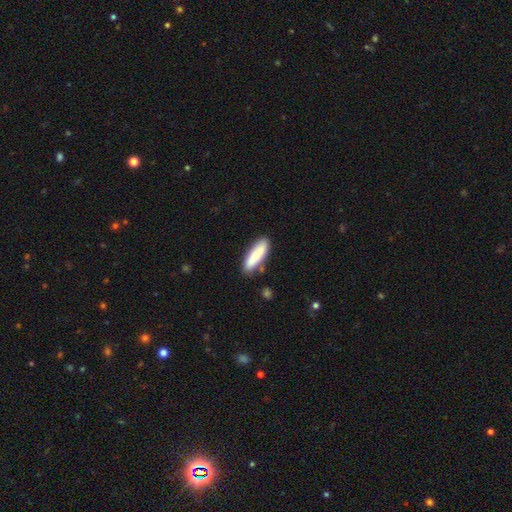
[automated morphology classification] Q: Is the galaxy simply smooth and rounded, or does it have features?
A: smooth — 84%.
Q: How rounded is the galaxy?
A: cigar-shaped — 55%.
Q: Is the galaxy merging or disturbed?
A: none — 77%.